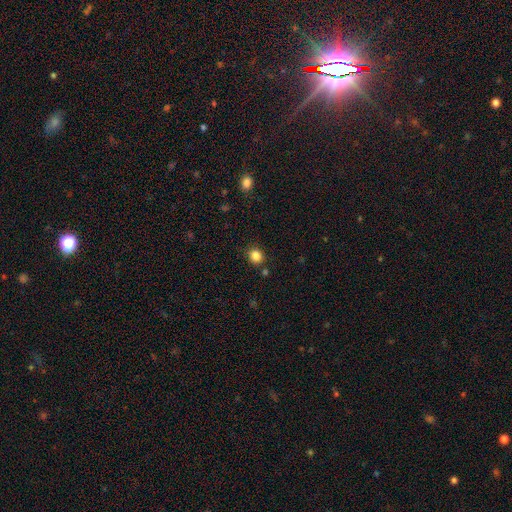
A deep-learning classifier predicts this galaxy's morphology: Overall: smooth (83%). How rounded: round (80%). Merging: none (86%).